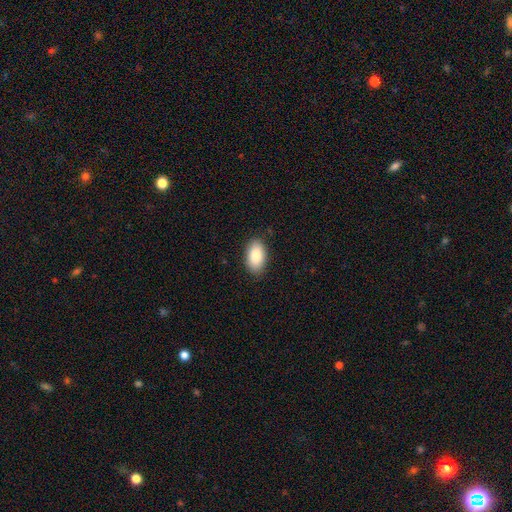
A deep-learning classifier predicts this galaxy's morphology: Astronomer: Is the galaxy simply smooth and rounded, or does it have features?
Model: smooth — 87%.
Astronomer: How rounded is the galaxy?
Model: in between — 94%.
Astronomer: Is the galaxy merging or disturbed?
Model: none — 86%.